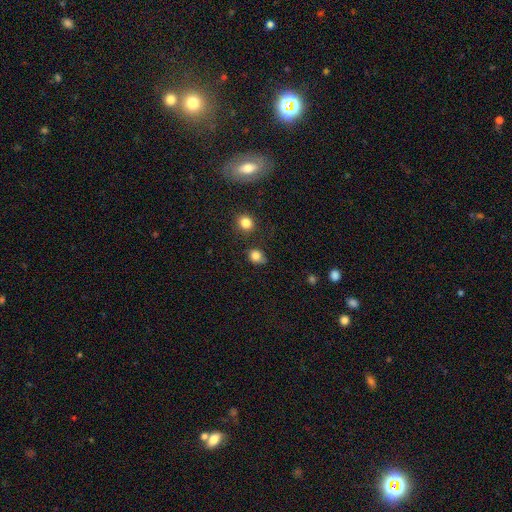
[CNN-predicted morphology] The model was most divided on "how rounded": round: 63%, in between: 35%, cigar-shaped: 1%. More confident: smooth or featured — smooth (81%); merging — none (62%).